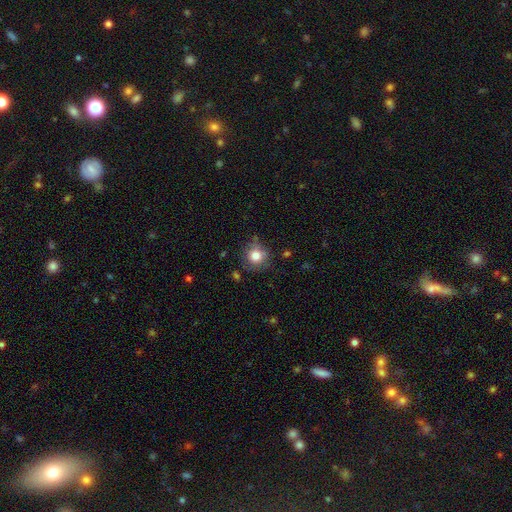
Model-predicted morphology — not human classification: type=smooth (79%); roundness=round (90%); merging=none (73%).